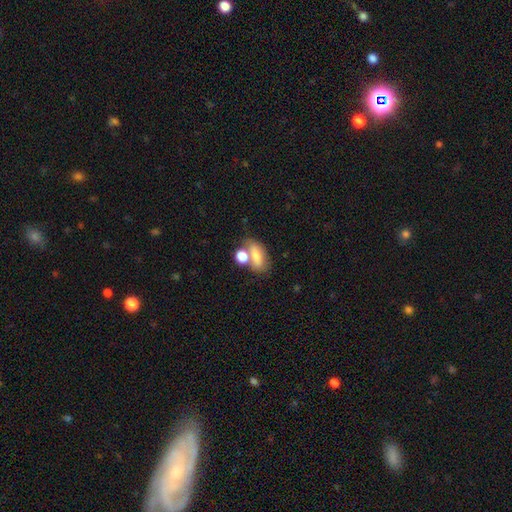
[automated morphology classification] Smooth or featured? smooth (73%)
How rounded? in between (78%)
Merging? none (43%)